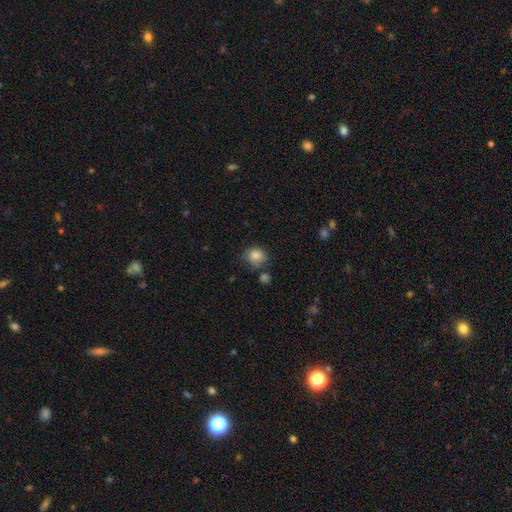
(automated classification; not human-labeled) smooth-or-featured: smooth: 84% | star or artifact: 9% | featured or disk: 6%
  how-rounded: round: 75% | in between: 24% | cigar-shaped: 1%
  merging: none: 67% | minor disturbance: 20% | merger: 7% | major disturbance: 5%